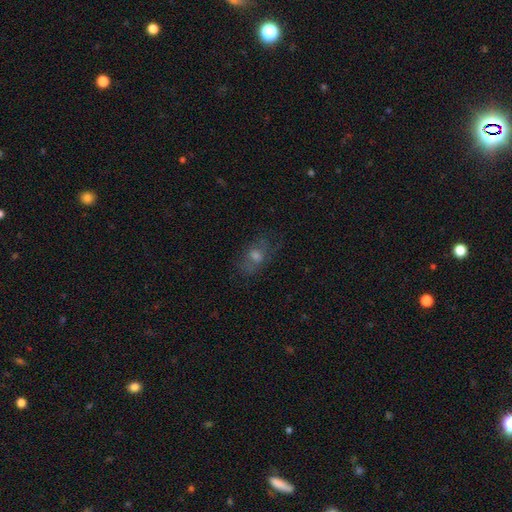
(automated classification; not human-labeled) Smooth or featured? Predicted: smooth (p=0.48). Merging? Predicted: none (p=0.68).